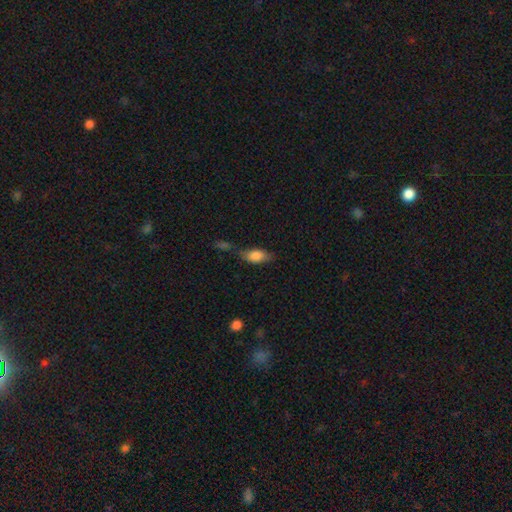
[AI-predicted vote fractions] smooth_or_featured: smooth (p=0.81) [alt: featured or disk p=0.12]
how_rounded: in between (p=0.86) [alt: cigar-shaped p=0.11]
merging: none (p=0.49) [alt: minor disturbance p=0.22]